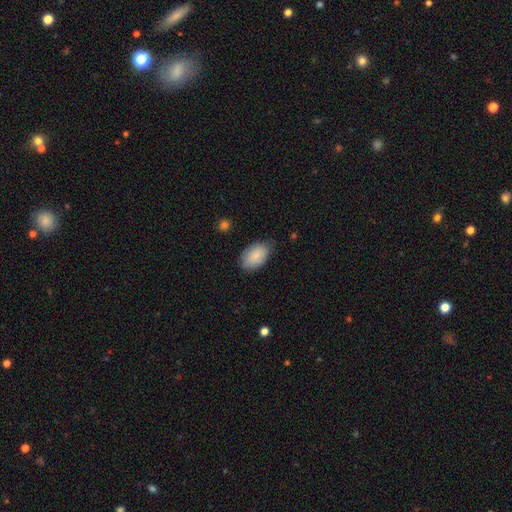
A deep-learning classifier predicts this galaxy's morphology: smooth 87%, featured or disk 7%, star or artifact 6%. Down the decision tree: how rounded — in between (92%); merging — none (76%).